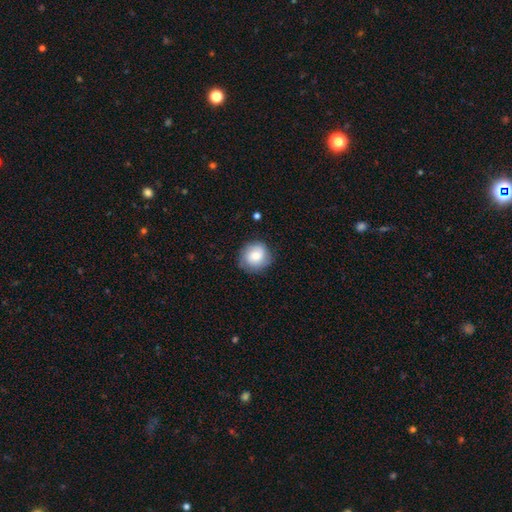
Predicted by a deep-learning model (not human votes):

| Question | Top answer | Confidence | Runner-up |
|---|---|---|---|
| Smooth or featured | smooth | 69% | featured or disk (23%) |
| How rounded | round | 87% | in between (12%) |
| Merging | none | 81% | minor disturbance (15%) |